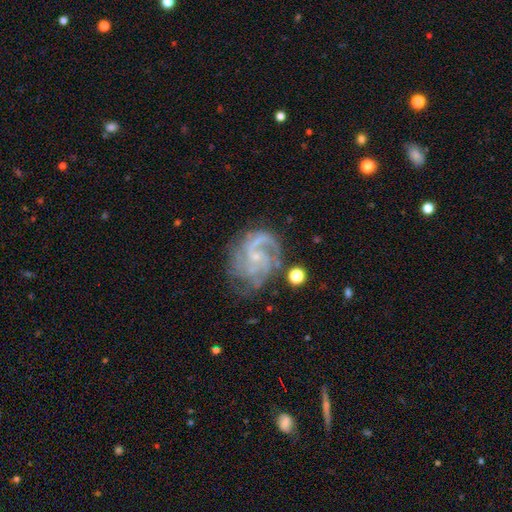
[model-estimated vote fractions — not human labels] A featured or disk galaxy (88%) with no bar (61%), 3 (33%) tight (47%) spiral arms (97%) and a small central bulge (78%). Merging: none (63%).